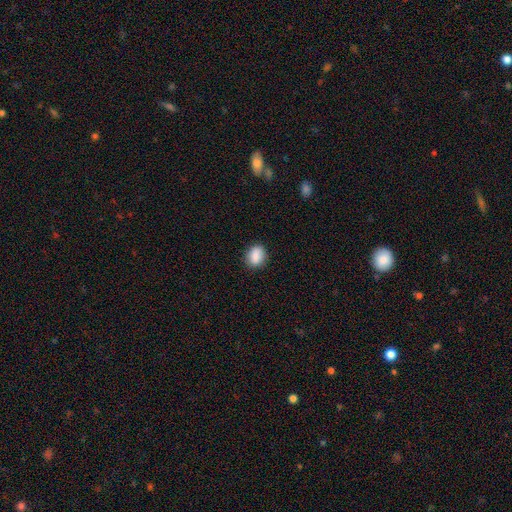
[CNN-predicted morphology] smooth_or_featured: smooth (p=0.82) [alt: featured or disk p=0.10]
how_rounded: in between (p=0.54) [alt: round p=0.44]
merging: none (p=0.83) [alt: minor disturbance p=0.13]